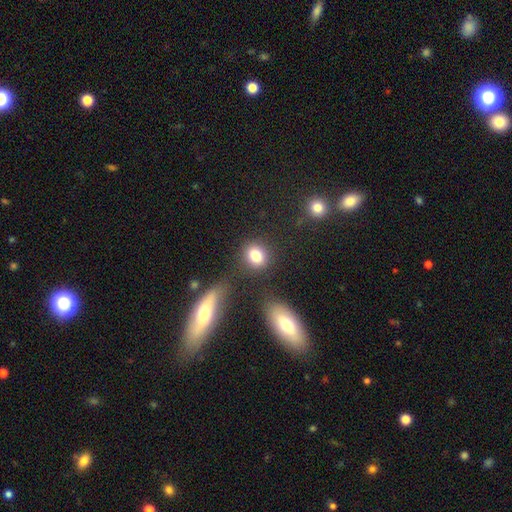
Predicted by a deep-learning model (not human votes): This is clearly a smooth galaxy (82%). How rounded: possibly round (60%). Merging: likely none (79%).